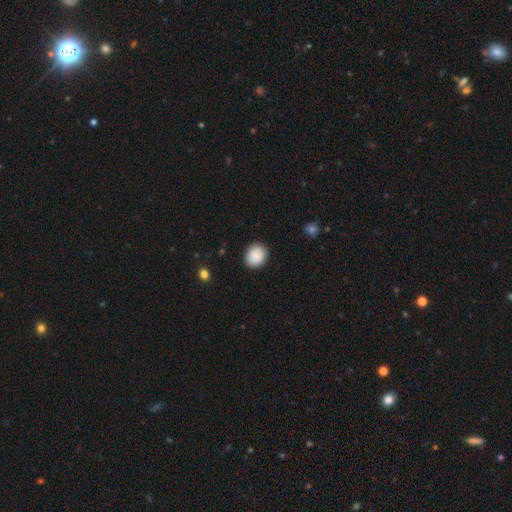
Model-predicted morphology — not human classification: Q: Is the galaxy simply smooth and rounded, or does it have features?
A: smooth — 90%.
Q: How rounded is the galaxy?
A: round — 69%.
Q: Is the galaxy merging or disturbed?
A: none — 89%.